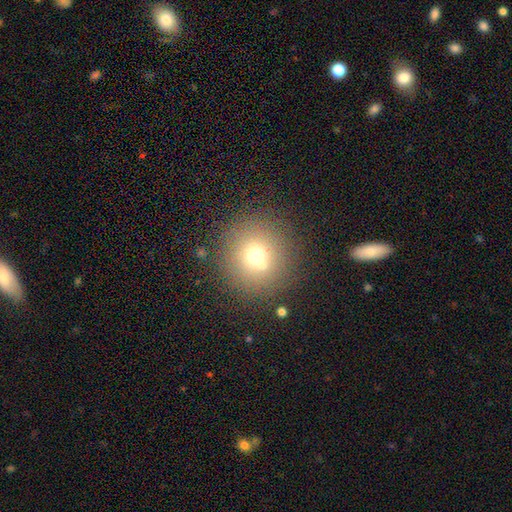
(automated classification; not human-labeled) A smooth galaxy with no disk features (68%) that is round (95%). Merging: none (76%).